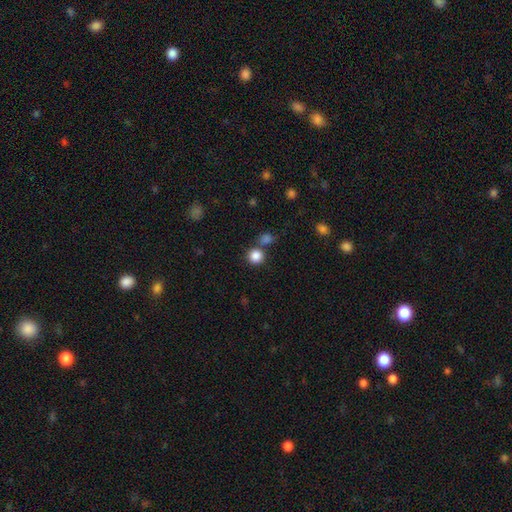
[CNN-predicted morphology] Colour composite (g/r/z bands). It shows a smooth galaxy with no disk features (85%) that is round (92%). Merging: none (70%).